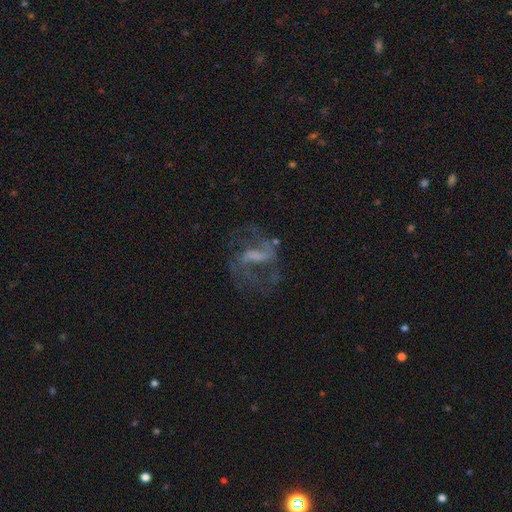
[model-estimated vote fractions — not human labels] smooth-or-featured: featured or disk: 78% | star or artifact: 11% | smooth: 11%
  disk-edge-on: no: 96% | yes: 4%
    bar: weak: 44% | strong: 39% | no: 18%
    has-spiral-arms: yes: 87% | no: 13%
      spiral-winding: loose: 50% | medium: 41% | tight: 8%
      spiral-arm-count: 2: 85% | can't tell: 7% | 1: 4% | 3: 2% | 4: 1% | more than 4: 1%
    bulge-size: none: 46% | small: 27% | moderate: 20% | large: 6% | dominant: 1%
  merging: none: 59% | major disturbance: 23% | minor disturbance: 15% | merger: 3%